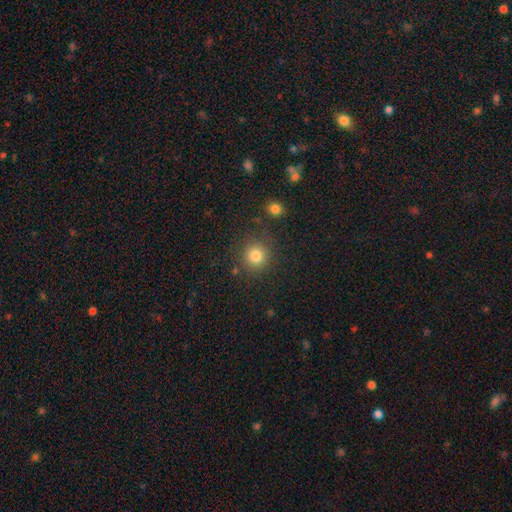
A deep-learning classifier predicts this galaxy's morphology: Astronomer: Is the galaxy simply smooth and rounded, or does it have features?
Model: smooth — 82%.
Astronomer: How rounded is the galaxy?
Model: round — 92%.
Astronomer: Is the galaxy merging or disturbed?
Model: none — 83%.